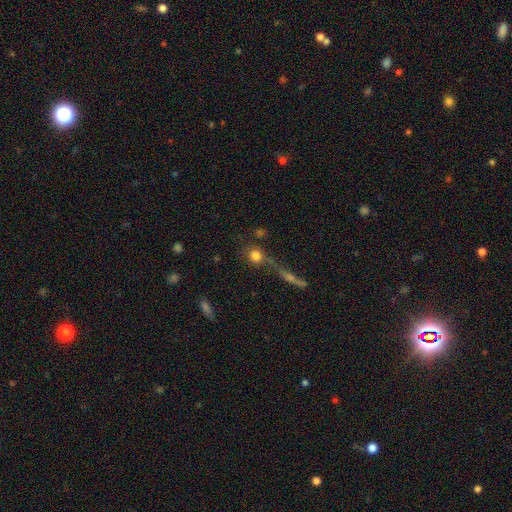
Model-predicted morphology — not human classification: This appears to be a smooth galaxy with no disk features (76%) that is round (86%). Merging: none (52%).